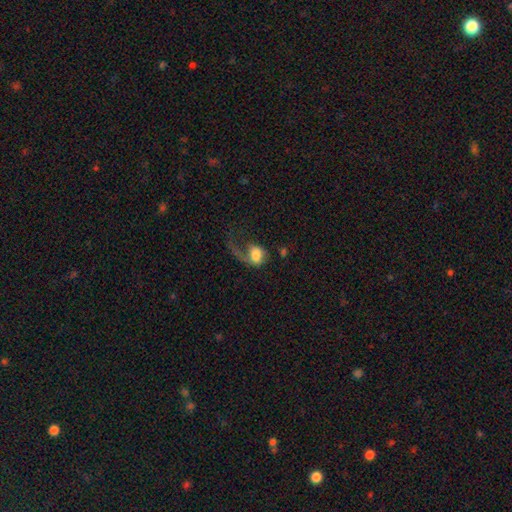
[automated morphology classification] Smooth or featured: smooth — 52% (featured or disk — 40%)
How rounded: in between — 54% (round — 44%)
Merging: major disturbance — 60% (none — 21%)